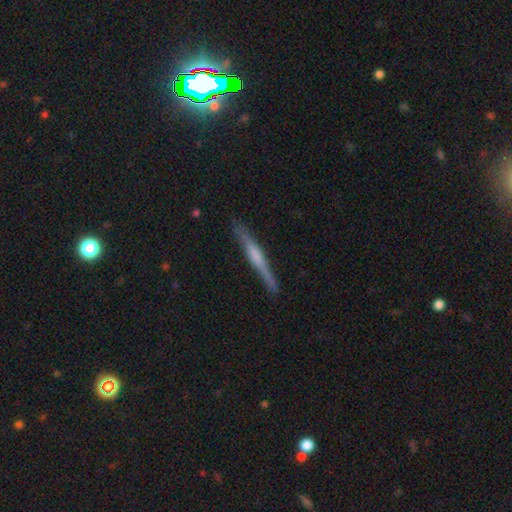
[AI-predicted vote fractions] smooth-or-featured: featured or disk: 60% | smooth: 35% | star or artifact: 6%
  disk-edge-on: yes: 97% | no: 3%
    edge-on-bulge: rounded: 41% | none: 34% | boxy: 25%
  merging: none: 88% | minor disturbance: 9% | major disturbance: 2% | merger: 1%